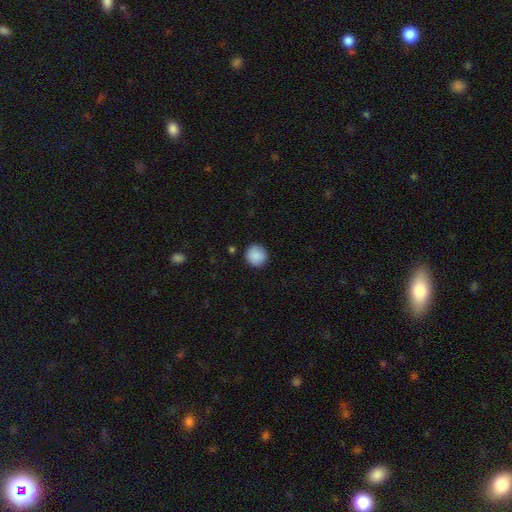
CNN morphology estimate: smooth-or-featured: smooth: 88% | star or artifact: 7% | featured or disk: 4%
  how-rounded: round: 93% | in between: 6% | cigar-shaped: 1%
  merging: none: 89% | minor disturbance: 8% | major disturbance: 2% | merger: 1%